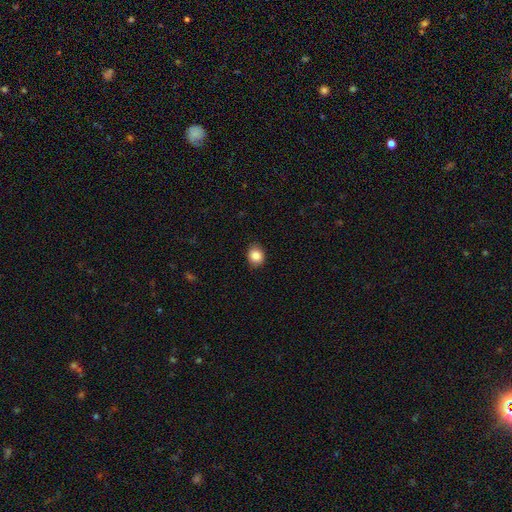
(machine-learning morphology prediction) smooth-or-featured: smooth: 86% | star or artifact: 9% | featured or disk: 4%
  how-rounded: round: 67% | in between: 32% | cigar-shaped: 1%
  merging: none: 87% | minor disturbance: 10% | major disturbance: 2% | merger: 1%